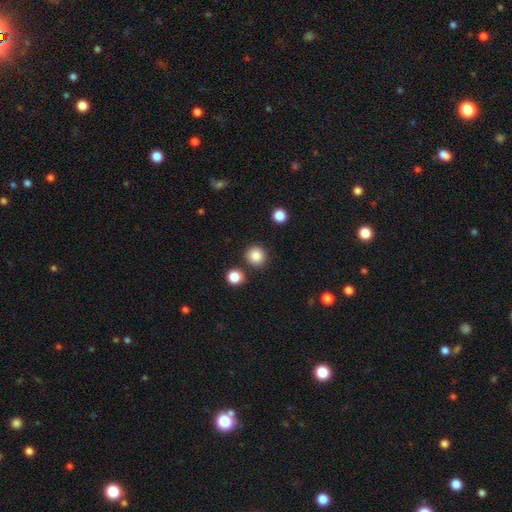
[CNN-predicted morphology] Q: Smooth or featured?
A: smooth (85%); runner-up: star or artifact (10%)
Q: How rounded?
A: round (91%); runner-up: in between (8%)
Q: Merging?
A: none (86%); runner-up: minor disturbance (7%)